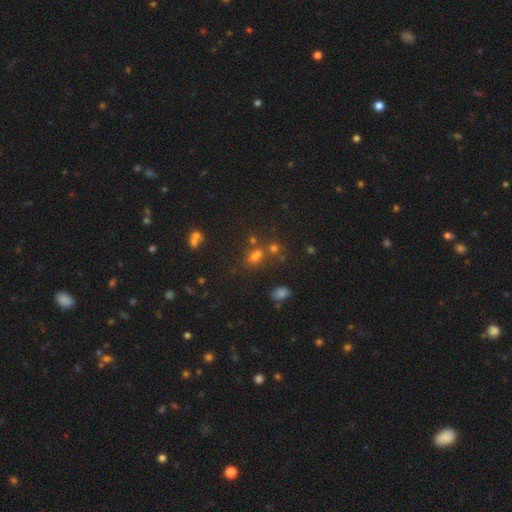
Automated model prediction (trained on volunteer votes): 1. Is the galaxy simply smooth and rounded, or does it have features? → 50% smooth, 40% star or artifact, 10% featured or disk.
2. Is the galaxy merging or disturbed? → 57% none, 26% merger, 11% minor disturbance, 5% major disturbance.